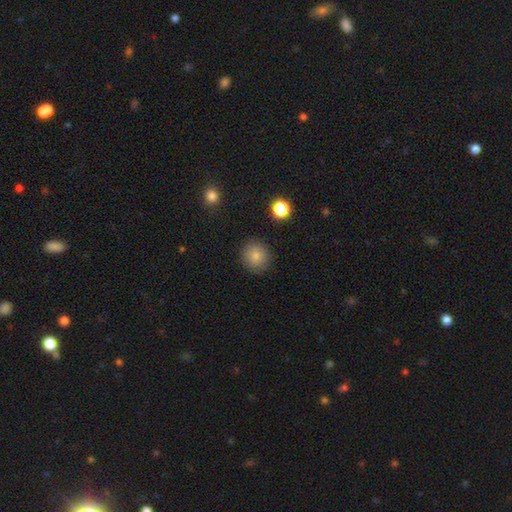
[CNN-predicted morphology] Overall: smooth (81%). How rounded: round (90%). Merging: none (88%).